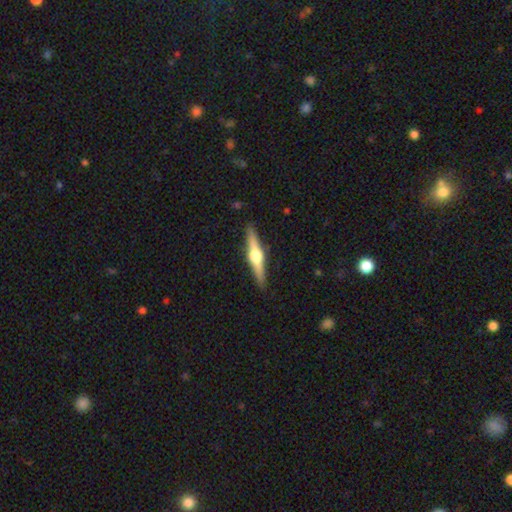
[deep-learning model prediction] Q: Smooth or featured?
A: featured or disk (73%); runner-up: smooth (22%)
Q: Edge-on disk?
A: yes (98%); runner-up: no (2%)
Q: Edge-on bulge?
A: rounded (95%); runner-up: boxy (3%)
Q: Merging?
A: none (90%); runner-up: minor disturbance (7%)